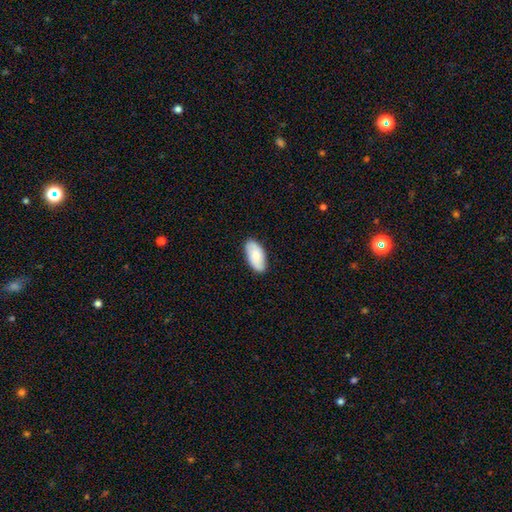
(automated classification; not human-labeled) Smooth or featured?
  - smooth: 74% *
  - featured or disk: 21%
  - star or artifact: 6%
How rounded?
  - in between: 94% *
  - cigar-shaped: 4%
  - round: 2%
Merging?
  - none: 86% *
  - minor disturbance: 11%
  - major disturbance: 2%
  - merger: 1%